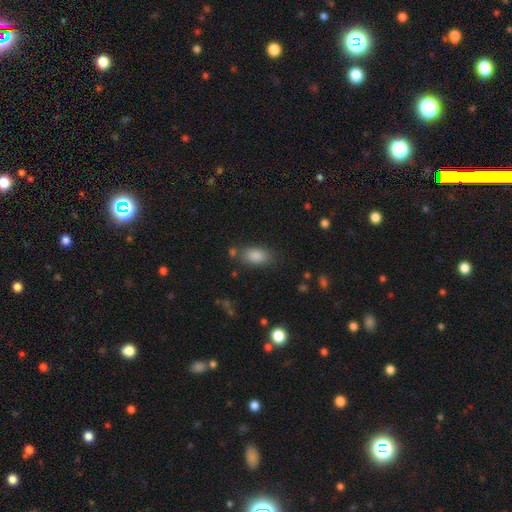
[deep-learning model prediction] Smooth or featured?
  - smooth: 86% *
  - star or artifact: 8%
  - featured or disk: 6%
How rounded?
  - in between: 91% *
  - round: 6%
  - cigar-shaped: 4%
Merging?
  - none: 76% *
  - minor disturbance: 14%
  - merger: 5%
  - major disturbance: 5%